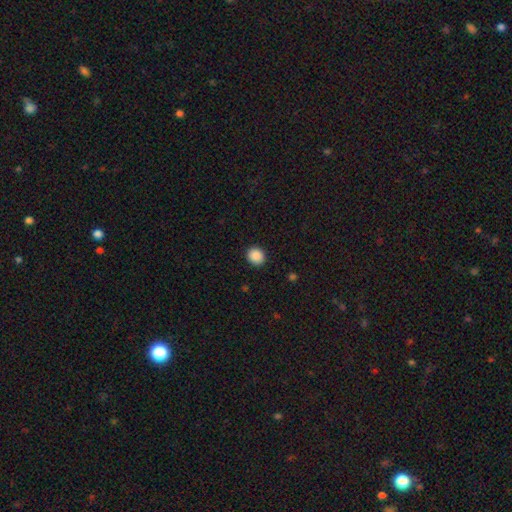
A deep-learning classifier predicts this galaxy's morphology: A smooth galaxy with no disk features (89%) that is round (80%).

Vote fractions:
- Smooth or featured? smooth: 89% / star or artifact: 9% / featured or disk: 2%
- How rounded? round: 80% / in between: 19% / cigar-shaped: 1%
- Merging? none: 91% / minor disturbance: 6% / major disturbance: 2% / merger: 1%